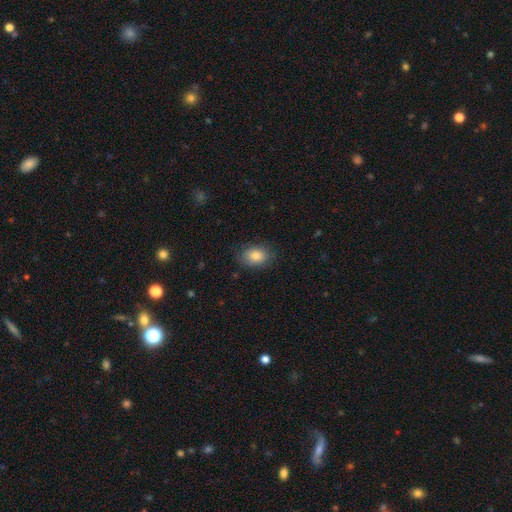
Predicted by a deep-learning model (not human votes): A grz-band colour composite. It shows a smooth galaxy with no disk features (82%) that is in between round and cigar-shaped (74%). Merging: none (81%).